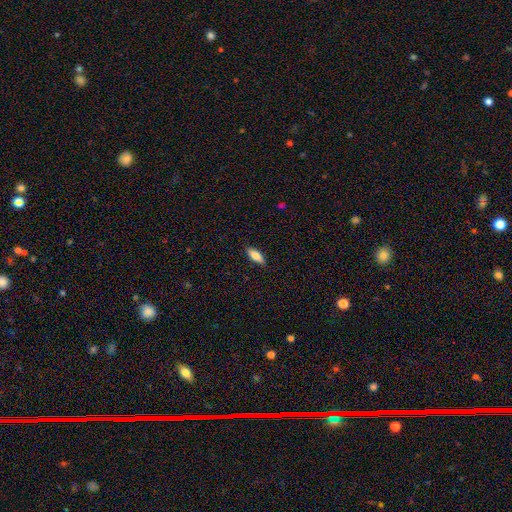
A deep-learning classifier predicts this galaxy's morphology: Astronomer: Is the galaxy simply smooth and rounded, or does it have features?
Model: smooth — 79%.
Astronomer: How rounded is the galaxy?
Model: in between — 73%.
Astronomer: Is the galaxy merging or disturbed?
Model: none — 86%.